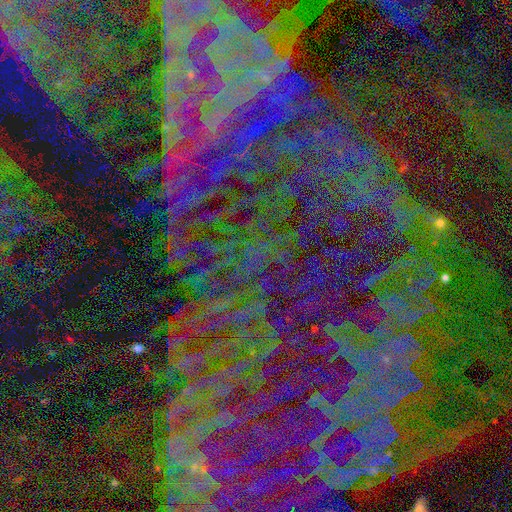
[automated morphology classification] type=star or artifact (84%).